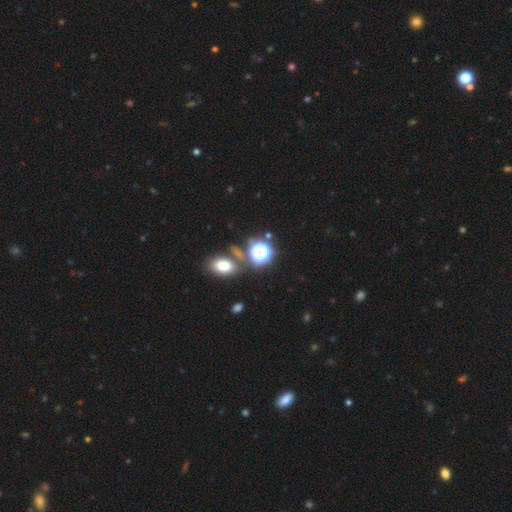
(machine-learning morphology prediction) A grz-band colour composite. It shows a star or artifact, not a galaxy (55%).